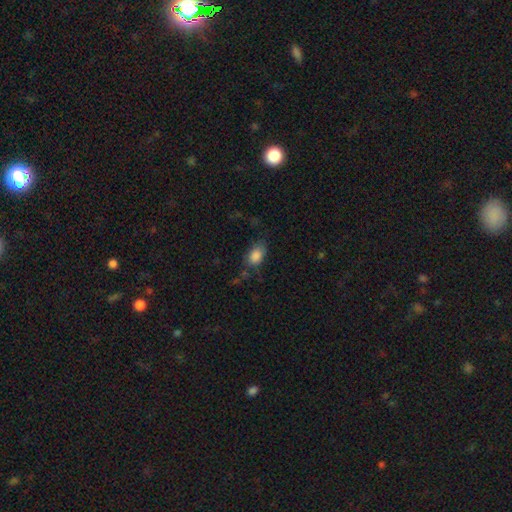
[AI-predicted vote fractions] A smooth galaxy with no disk features (85%) that is in between round and cigar-shaped (86%).

Vote fractions:
- Smooth or featured? smooth: 85% / star or artifact: 8% / featured or disk: 7%
- How rounded? in between: 86% / round: 12% / cigar-shaped: 2%
- Merging? none: 62% / minor disturbance: 25% / major disturbance: 10% / merger: 3%